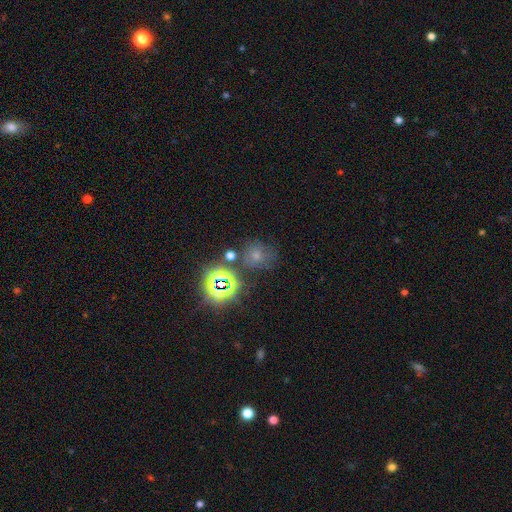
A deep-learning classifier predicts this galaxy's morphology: A smooth galaxy with no disk features (53%) that is round (76%).

Vote fractions:
- Smooth or featured? smooth: 53% / star or artifact: 34% / featured or disk: 12%
- How rounded? round: 76% / in between: 22% / cigar-shaped: 1%
- Merging? none: 64% / minor disturbance: 16% / merger: 12% / major disturbance: 8%